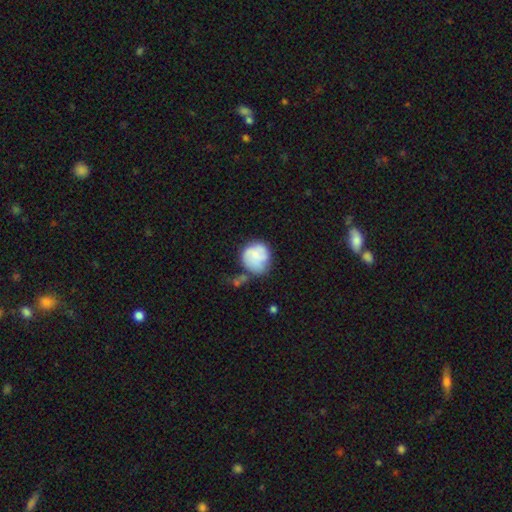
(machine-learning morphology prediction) Smooth or featured?
  - smooth: 61% *
  - featured or disk: 32%
  - star or artifact: 7%
How rounded?
  - round: 83% *
  - in between: 16%
  - cigar-shaped: 1%
Merging?
  - none: 46% *
  - minor disturbance: 29%
  - major disturbance: 15%
  - merger: 11%